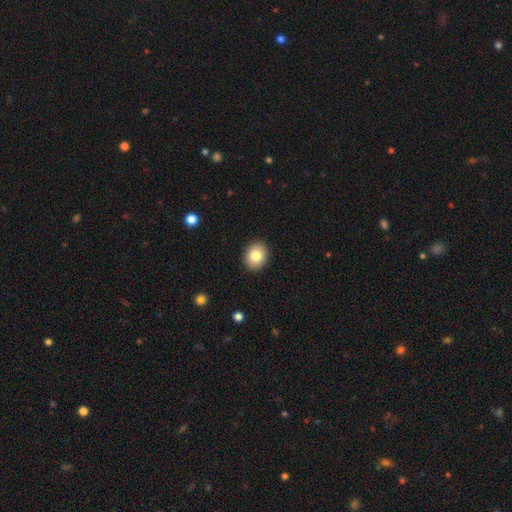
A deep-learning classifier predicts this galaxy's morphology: Overall: smooth (83%). How rounded: round (53%; in between 46%). Merging: none (91%).